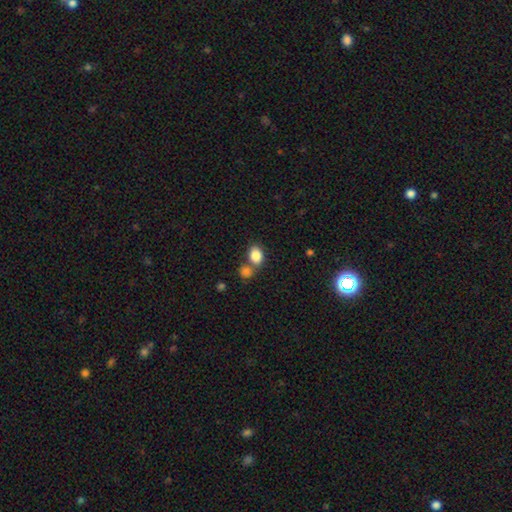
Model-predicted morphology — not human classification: This is clearly a smooth galaxy (86%). How rounded: likely in between (65%). Merging: possibly none (50%).